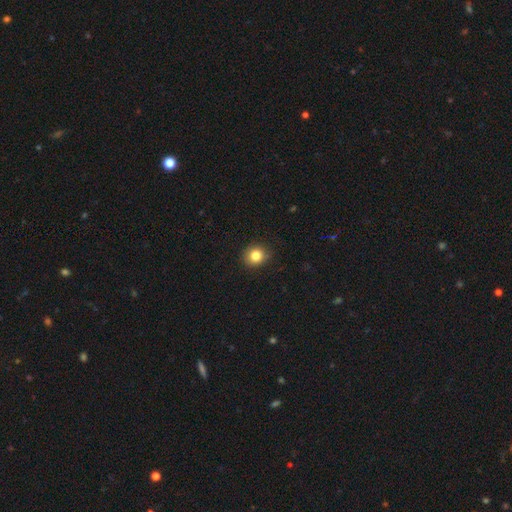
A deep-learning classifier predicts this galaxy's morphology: Smooth or featured? smooth (83%)
How rounded? round (84%)
Merging? none (88%)